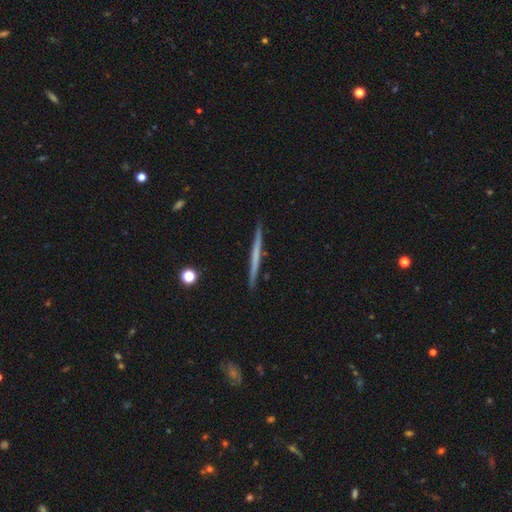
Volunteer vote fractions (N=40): This appears to be a smooth galaxy with no disk features (48%, tied with featured or disk) that is cigar-shaped (100%). Merging: none (95%).